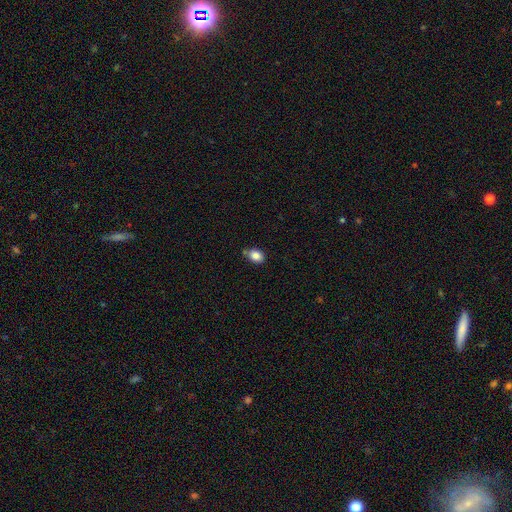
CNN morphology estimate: Q: Smooth or featured?
A: smooth (85%); runner-up: star or artifact (9%)
Q: How rounded?
A: in between (66%); runner-up: round (32%)
Q: Merging?
A: none (68%); runner-up: minor disturbance (20%)